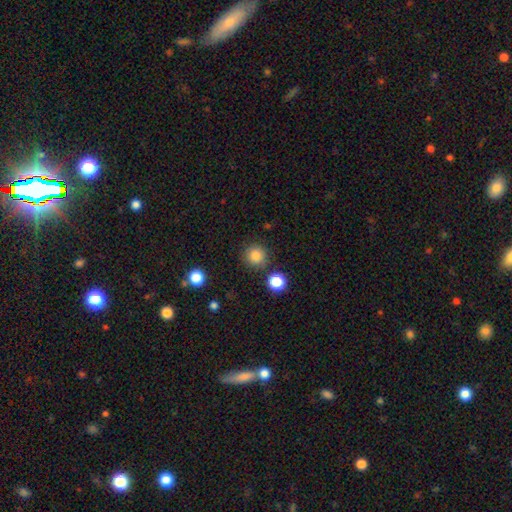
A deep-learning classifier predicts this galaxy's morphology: Smooth or featured? Predicted: smooth (p=0.83). How rounded? Predicted: round (p=0.95). Merging? Predicted: none (p=0.87).